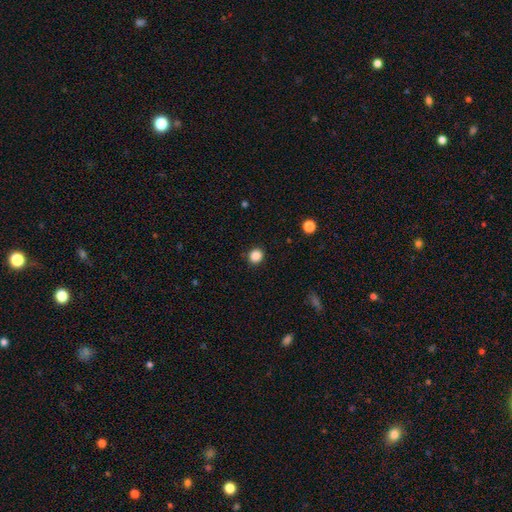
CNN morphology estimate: A smooth galaxy with no disk features (86%) that is round (87%).

Vote fractions:
- Smooth or featured? smooth: 86% / star or artifact: 11% / featured or disk: 3%
- How rounded? round: 87% / in between: 12% / cigar-shaped: 1%
- Merging? none: 89% / minor disturbance: 7% / major disturbance: 2% / merger: 1%